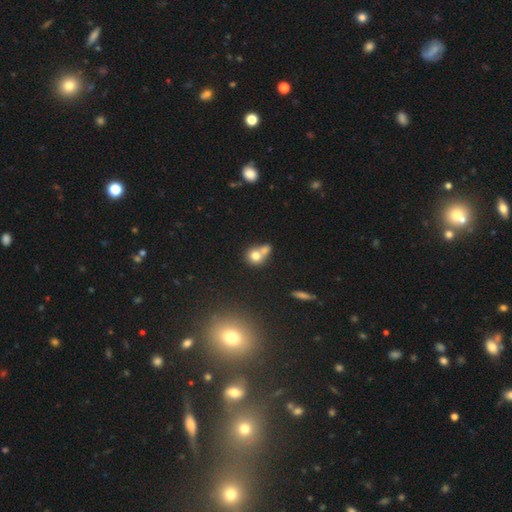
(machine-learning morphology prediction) A smooth galaxy with no disk features (72%) that is round (75%). Merging: merger (59%).